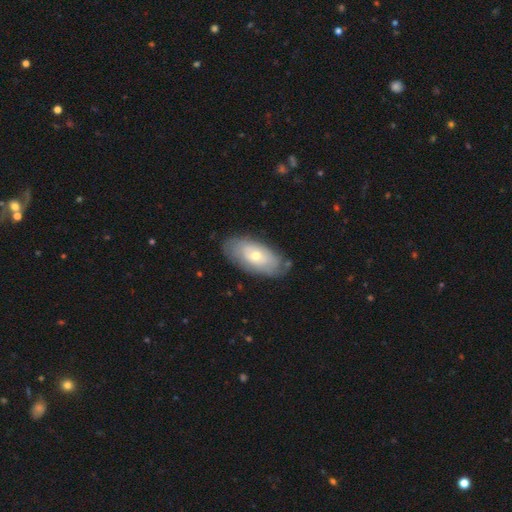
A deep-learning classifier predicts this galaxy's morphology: smooth_or_featured: featured or disk (p=0.51) [alt: smooth p=0.43]
disk_edge_on: no (p=0.87) [alt: yes p=0.13]
merging: none (p=0.78) [alt: minor disturbance p=0.16]